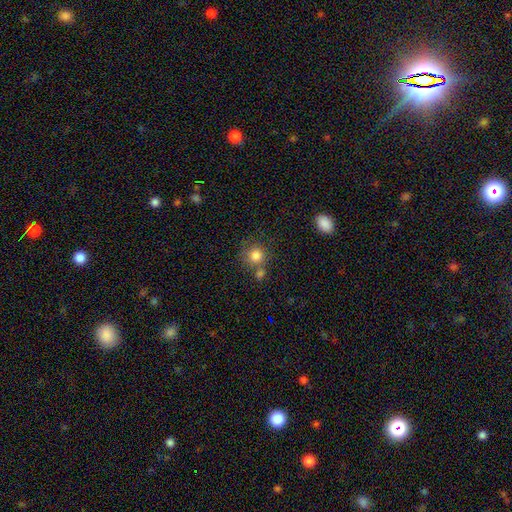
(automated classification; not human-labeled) smooth_or_featured: smooth (p=0.82) [alt: star or artifact p=0.11]
how_rounded: round (p=0.90) [alt: in between p=0.10]
merging: none (p=0.62) [alt: merger p=0.23]